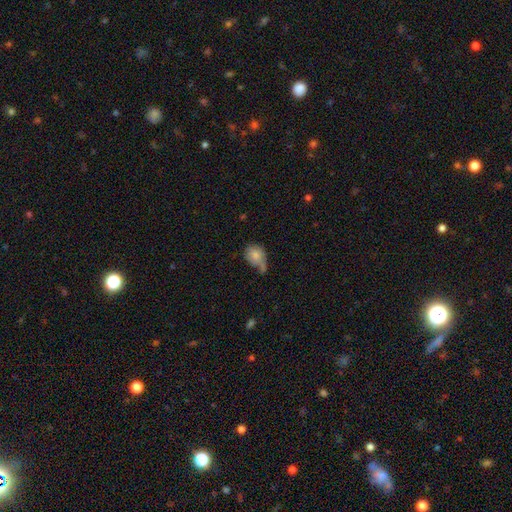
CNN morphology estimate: Smooth or featured? smooth (79%)
How rounded? round (52%)
Merging? none (35%)